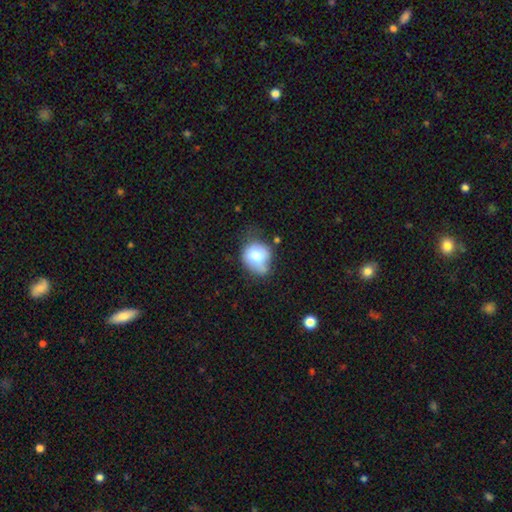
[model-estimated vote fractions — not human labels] The model was most divided on "merging": none: 39%, minor disturbance: 37%, major disturbance: 14%, merger: 10%. More confident: smooth or featured — smooth (75%); how rounded — round (69%).